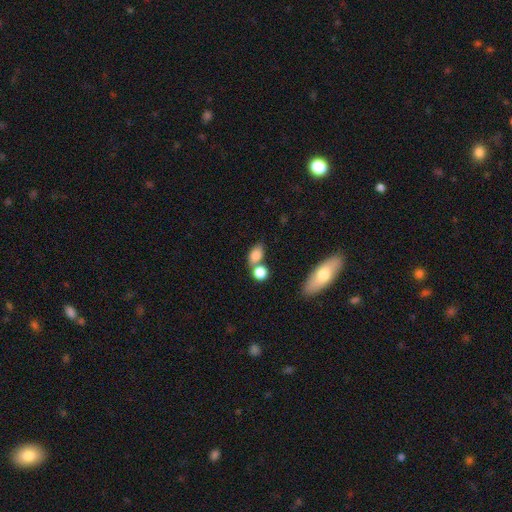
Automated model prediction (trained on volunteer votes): The model was most divided on "merging": none: 45%, merger: 37%, minor disturbance: 12%, major disturbance: 5%. More confident: smooth or featured — smooth (81%); how rounded — in between (75%).